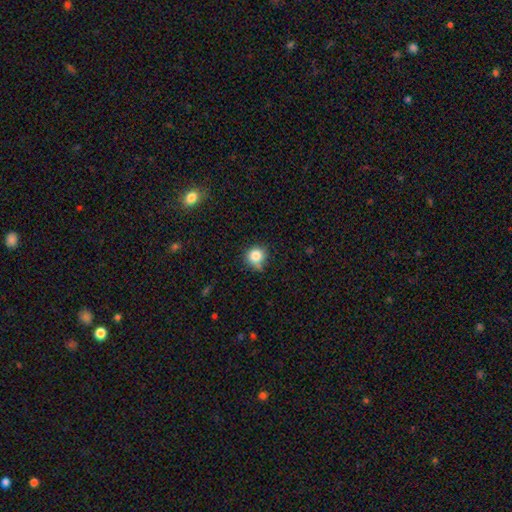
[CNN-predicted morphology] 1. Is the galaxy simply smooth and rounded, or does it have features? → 83% smooth, 11% star or artifact, 6% featured or disk.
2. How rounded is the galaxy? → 89% round, 10% in between, 1% cigar-shaped.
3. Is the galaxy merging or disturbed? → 63% none, 27% minor disturbance, 6% major disturbance, 4% merger.